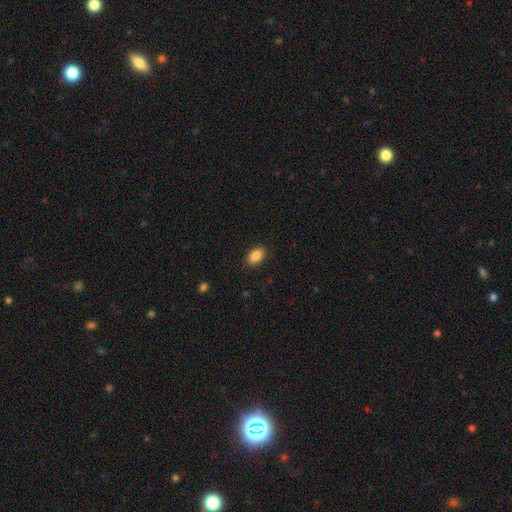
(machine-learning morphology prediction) Overall: smooth (88%). How rounded: in between (90%). Merging: none (89%).